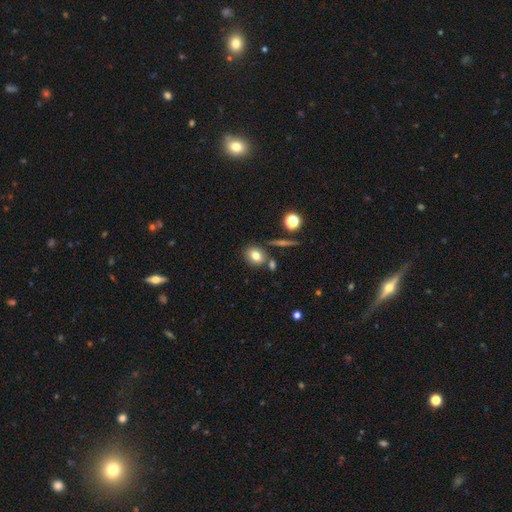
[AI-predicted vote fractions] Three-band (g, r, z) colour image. It shows a smooth galaxy with no disk features (76%) that is round (55%). Merging: none (74%).